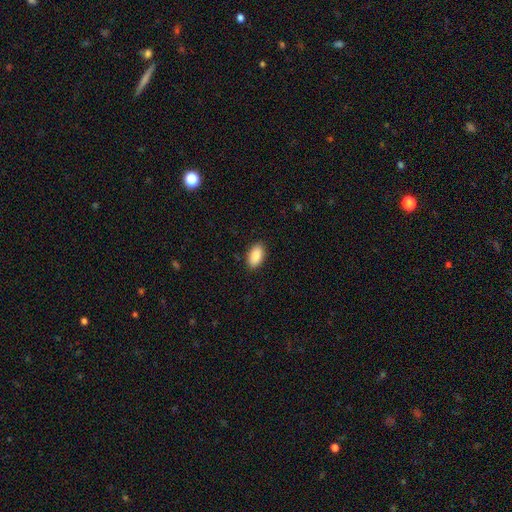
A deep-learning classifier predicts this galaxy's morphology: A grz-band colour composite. It shows a smooth galaxy with no disk features (90%) that is in between round and cigar-shaped (94%). Merging: none (89%).